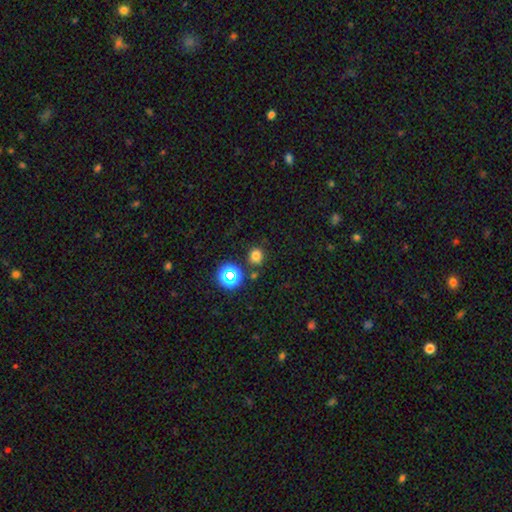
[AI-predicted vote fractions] Smooth or featured? smooth (73%)
How rounded? round (76%)
Merging? none (79%)